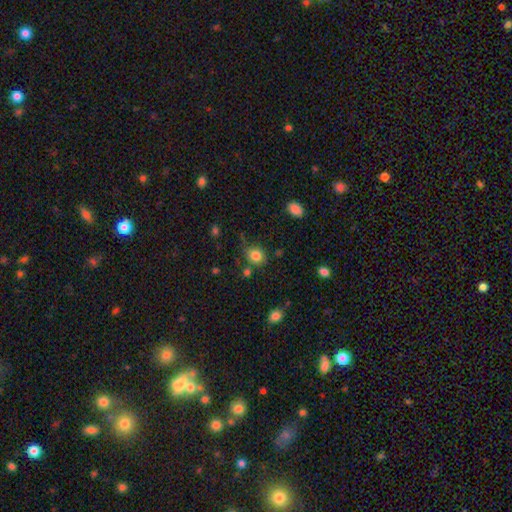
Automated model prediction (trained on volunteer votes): Overall: smooth (84%). How rounded: round (74%). Merging: none (72%).